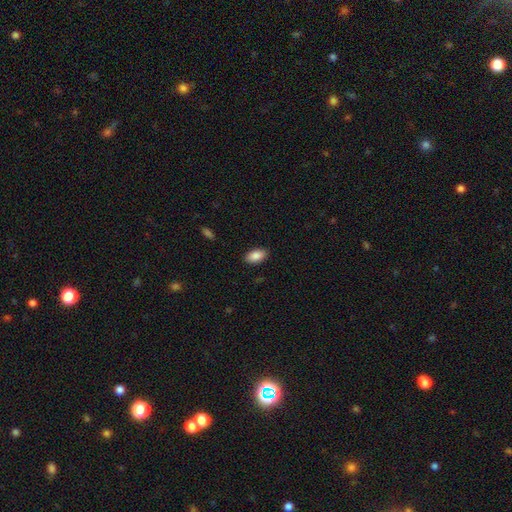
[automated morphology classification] Smooth or featured? Predicted: smooth (p=0.88). How rounded? Predicted: in between (p=0.94). Merging? Predicted: none (p=0.88).